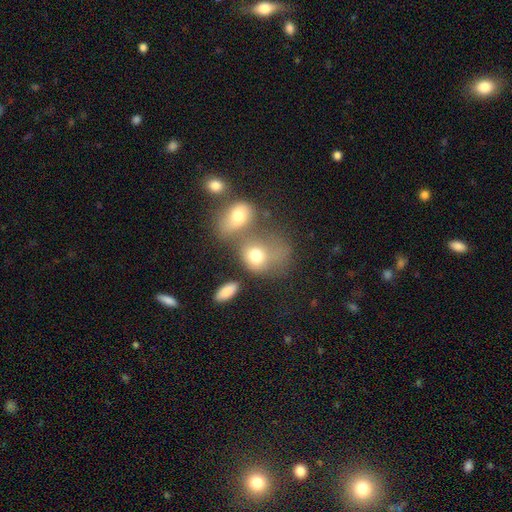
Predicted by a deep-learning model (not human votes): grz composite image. It shows a smooth galaxy with no disk features (71%) that is in between round and cigar-shaped (52%). Merging: merger (47%).